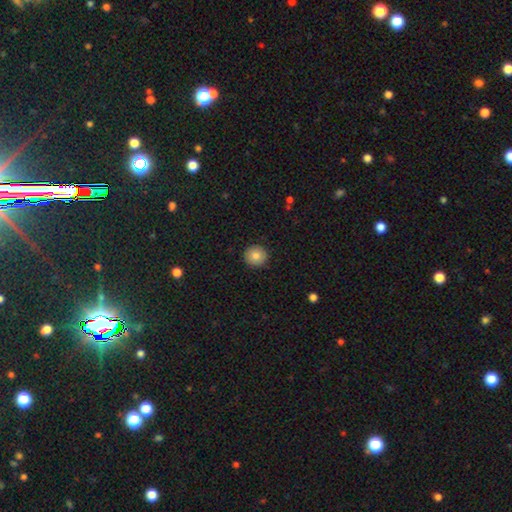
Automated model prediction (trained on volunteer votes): The model was most divided on "smooth or featured": smooth: 83%, star or artifact: 9%, featured or disk: 9%. More confident: how rounded — round (94%); merging — none (91%).